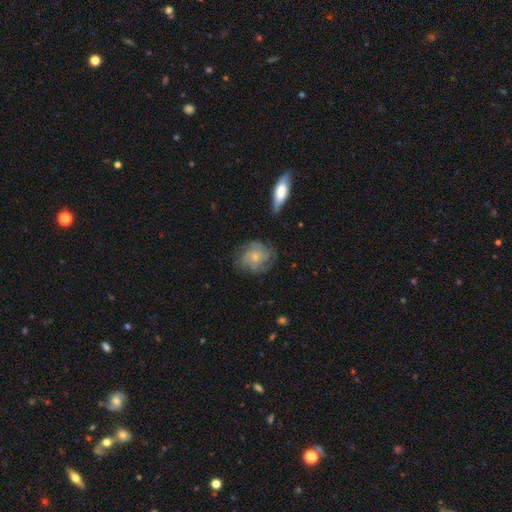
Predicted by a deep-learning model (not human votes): This is likely a featured or disk galaxy (63%). It is clearly not viewed edge-on (97%). Bar: likely no (77%). Spiral arm pattern: clearly yes (87%). Spiral arm count: marginally can't tell (37%). Spiral winding: possibly tight (51%). Central bulge: likely small (63%). Merging: likely none (69%).